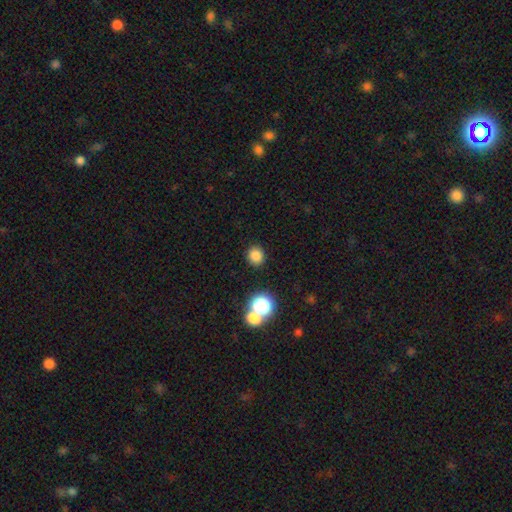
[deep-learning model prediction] A smooth galaxy with no disk features (81%) that is round (82%).

Vote fractions:
- Smooth or featured? smooth: 81% / star or artifact: 14% / featured or disk: 5%
- How rounded? round: 82% / in between: 17% / cigar-shaped: 1%
- Merging? none: 85% / minor disturbance: 7% / merger: 6% / major disturbance: 3%